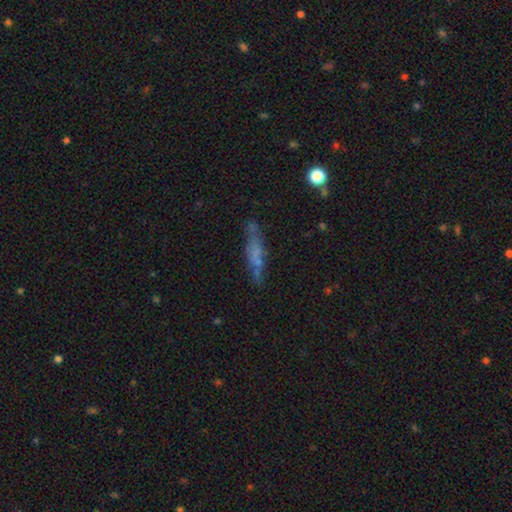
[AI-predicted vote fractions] Smooth or featured? Predicted: smooth (p=0.47). Merging? Predicted: none (p=0.65).